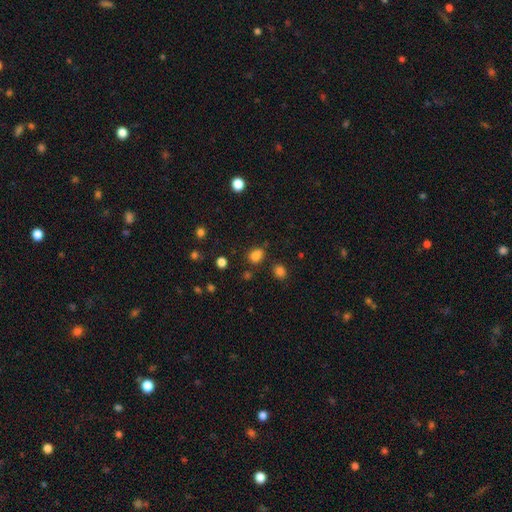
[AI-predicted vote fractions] smooth-or-featured: smooth: 78% | star or artifact: 16% | featured or disk: 5%
  how-rounded: round: 52% | in between: 46% | cigar-shaped: 1%
  merging: none: 69% | minor disturbance: 17% | merger: 9% | major disturbance: 5%